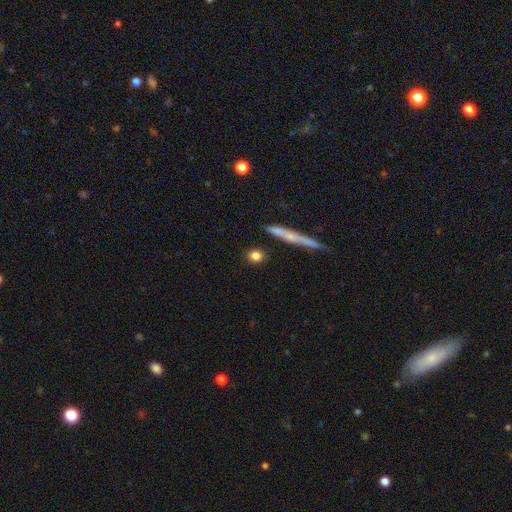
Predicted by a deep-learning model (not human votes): A smooth galaxy with no disk features (82%) that is round (77%). Merging: none (88%).